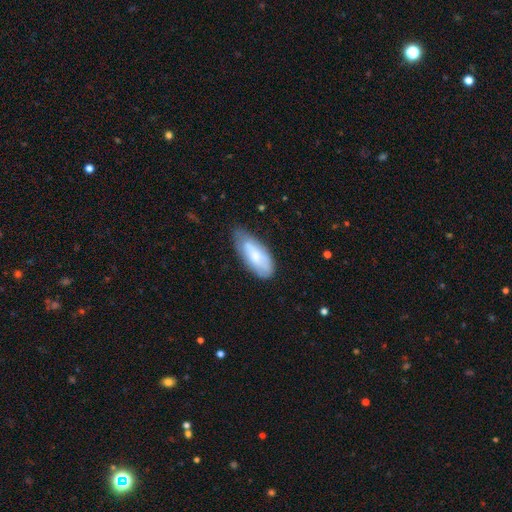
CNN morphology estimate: type=smooth (64%); roundness=in between (83%); merging=none (55%).